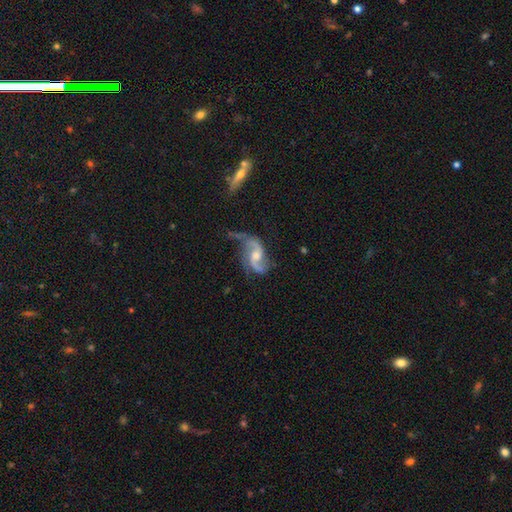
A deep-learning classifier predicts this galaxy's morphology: Smooth or featured?
  - featured or disk: 89% *
  - smooth: 6%
  - star or artifact: 5%
Edge-on disk?
  - no: 97% *
  - yes: 3%
Bar?
  - weak: 46% *
  - no: 43%
  - strong: 10%
Spiral arms?
  - yes: 97% *
  - no: 3%
Spiral winding?
  - loose: 61% *
  - medium: 32%
  - tight: 7%
Spiral arm count?
  - 2: 91% *
  - 1: 3%
  - can't tell: 3%
  - 3: 1%
  - 4: 1%
  - more than 4: 1%
Bulge size?
  - moderate: 54% *
  - small: 29%
  - none: 8%
  - large: 8%
  - dominant: 1%
Merging?
  - none: 49% *
  - minor disturbance: 25%
  - major disturbance: 21%
  - merger: 5%